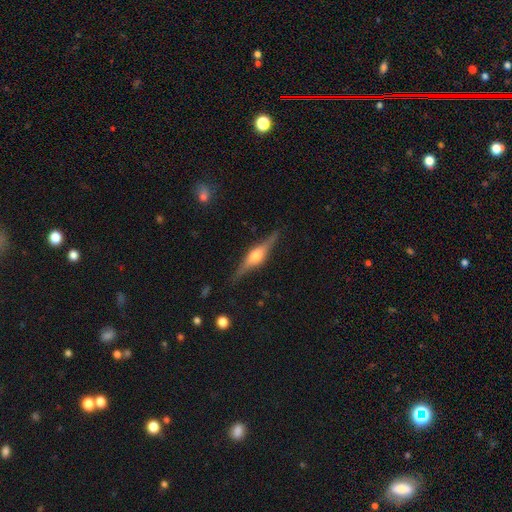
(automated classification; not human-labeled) Overall: featured or disk (78%). Edge-on disk: yes (97%). Edge-on bulge: rounded (89%). Merging: none (87%).